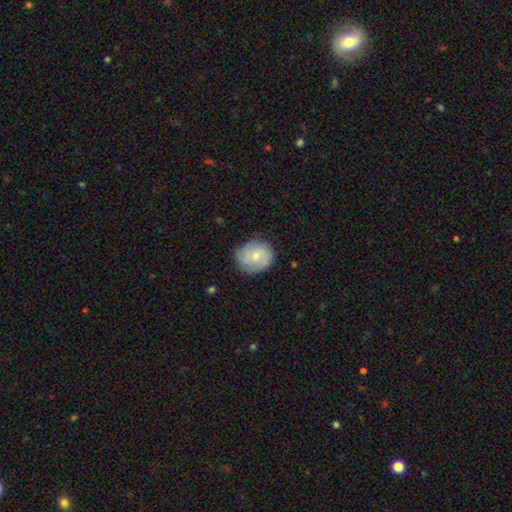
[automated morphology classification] Smooth or featured?
  - smooth: 51% *
  - featured or disk: 42%
  - star or artifact: 7%
How rounded?
  - round: 71% *
  - in between: 28%
  - cigar-shaped: 1%
Merging?
  - none: 73% *
  - minor disturbance: 20%
  - major disturbance: 5%
  - merger: 1%